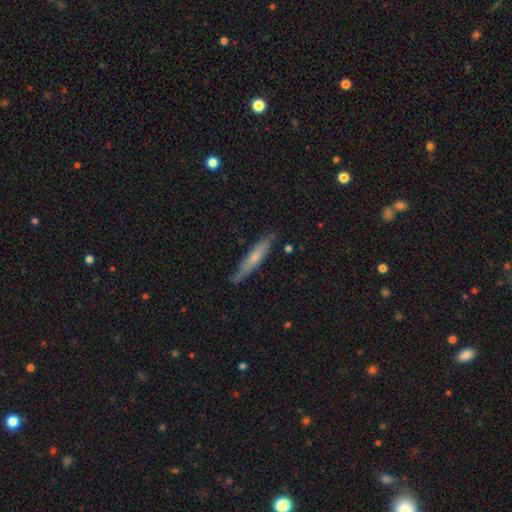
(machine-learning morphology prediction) Smooth or featured? smooth (54%)
How rounded? cigar-shaped (92%)
Merging? none (81%)